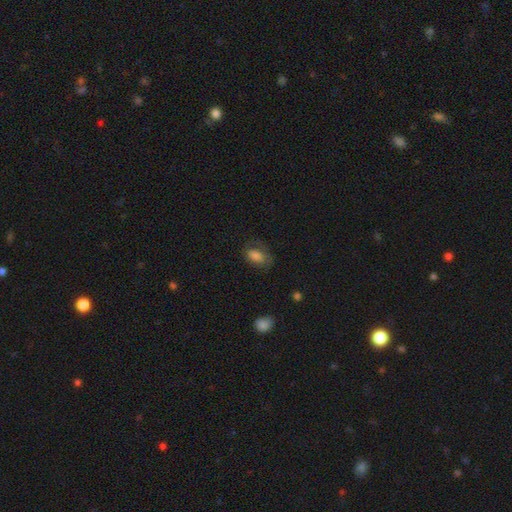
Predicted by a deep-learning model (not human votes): Morphology: type=smooth (77%); roundness=in between (86%); merging=none (57%).